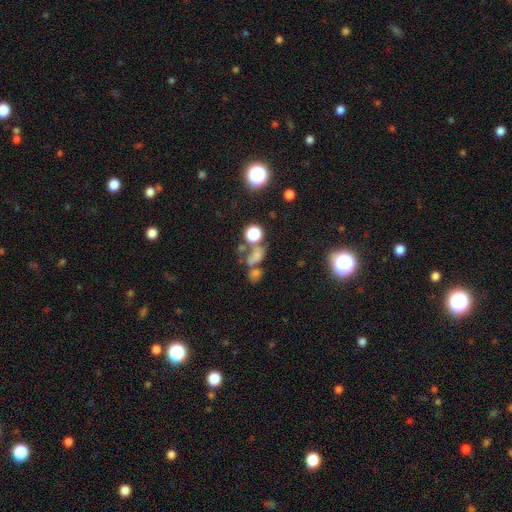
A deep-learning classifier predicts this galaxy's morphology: This is possibly a smooth galaxy (56%). How rounded: possibly in between (53%). Merging: marginally merger (42%).